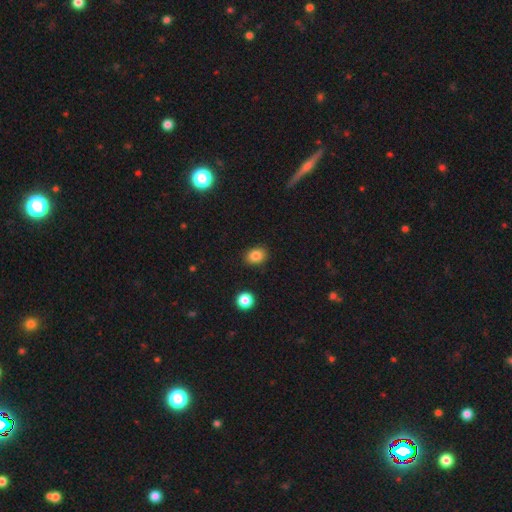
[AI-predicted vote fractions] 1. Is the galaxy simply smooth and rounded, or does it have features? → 84% smooth, 10% star or artifact, 6% featured or disk.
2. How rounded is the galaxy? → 59% in between, 40% round, 1% cigar-shaped.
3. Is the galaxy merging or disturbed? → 88% none, 8% minor disturbance, 2% major disturbance, 2% merger.